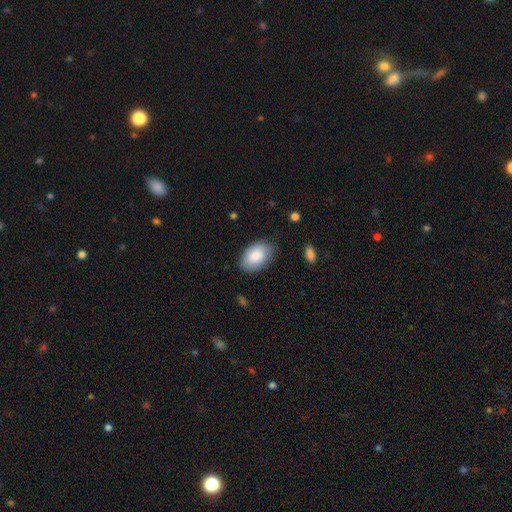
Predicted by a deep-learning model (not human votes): Smooth or featured? Predicted: smooth (p=0.84). How rounded? Predicted: in between (p=0.91). Merging? Predicted: none (p=0.79).